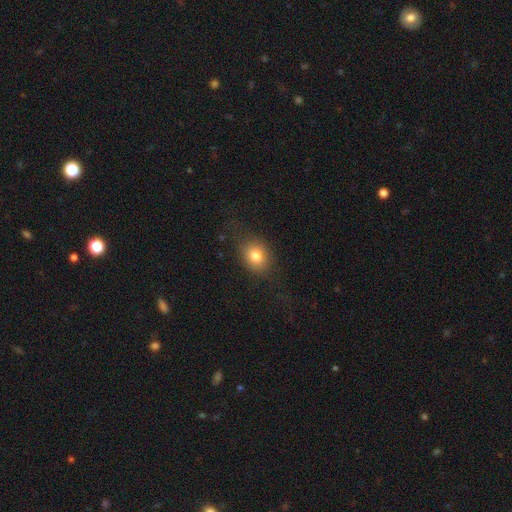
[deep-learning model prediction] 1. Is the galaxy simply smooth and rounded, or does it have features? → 78% smooth, 11% featured or disk, 11% star or artifact.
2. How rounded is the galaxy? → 52% round, 47% in between, 1% cigar-shaped.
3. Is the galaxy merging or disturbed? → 72% none, 17% minor disturbance, 9% major disturbance, 1% merger.